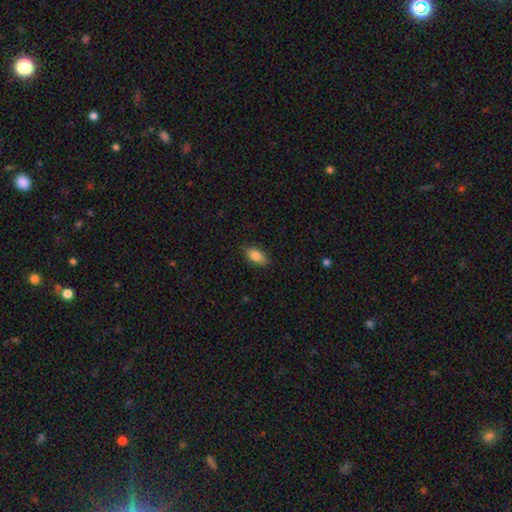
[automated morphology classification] Smooth or featured? smooth (82%)
How rounded? in between (86%)
Merging? none (85%)